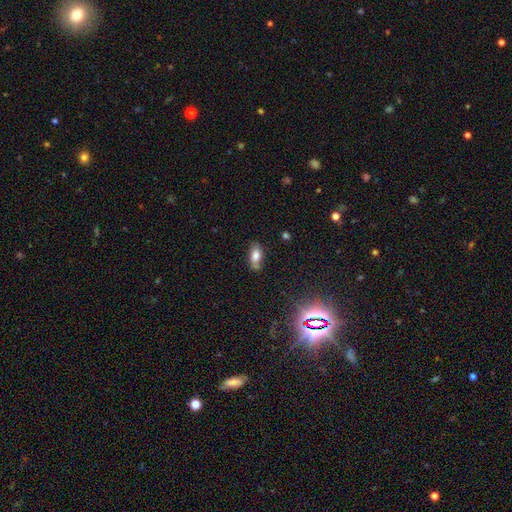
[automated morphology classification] type=smooth (73%); roundness=in between (87%); merging=none (63%).